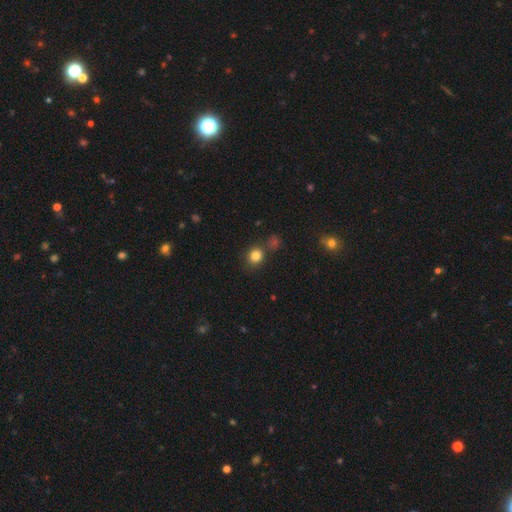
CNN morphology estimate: Smooth or featured?
  - smooth: 82% *
  - star or artifact: 13%
  - featured or disk: 5%
How rounded?
  - round: 83% *
  - in between: 16%
  - cigar-shaped: 1%
Merging?
  - none: 76% *
  - merger: 10%
  - minor disturbance: 10%
  - major disturbance: 3%